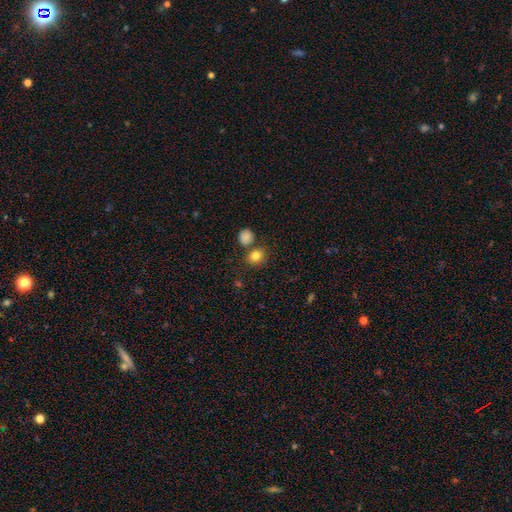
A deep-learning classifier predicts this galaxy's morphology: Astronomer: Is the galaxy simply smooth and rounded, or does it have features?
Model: smooth — 82%.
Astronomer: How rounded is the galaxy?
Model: round — 65%.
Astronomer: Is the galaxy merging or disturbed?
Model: none — 72%.